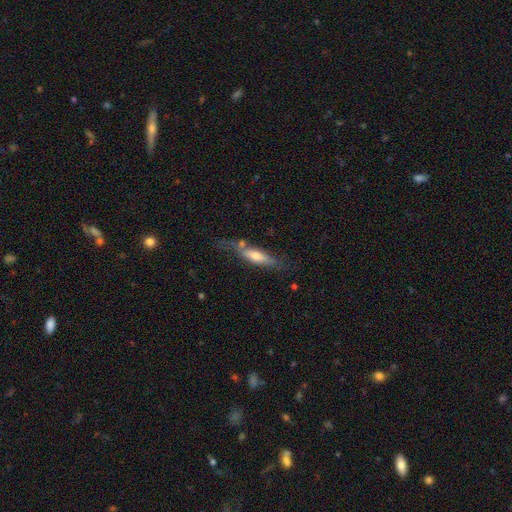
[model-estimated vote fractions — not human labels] Smooth or featured? Predicted: smooth (p=0.52). How rounded? Predicted: cigar-shaped (p=0.68). Merging? Predicted: none (p=0.51).